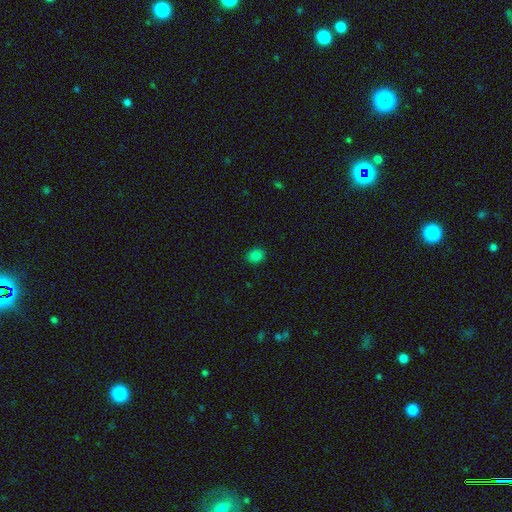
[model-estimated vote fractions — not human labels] This appears to be a smooth galaxy with no disk features (82%) that is round (65%). Merging: none (89%).